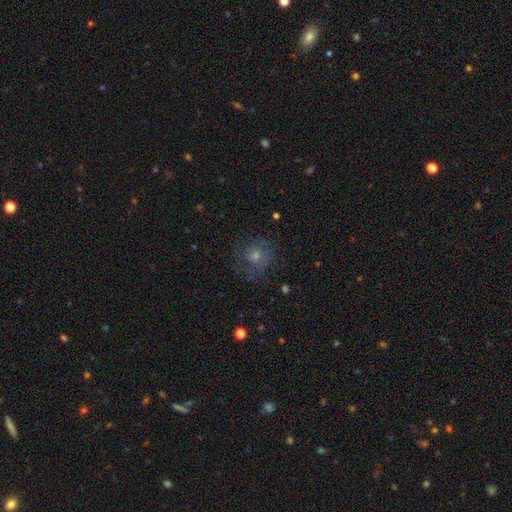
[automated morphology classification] smooth_or_featured: smooth (p=0.39) [alt: featured or disk p=0.38]
merging: none (p=0.74) [alt: minor disturbance p=0.15]